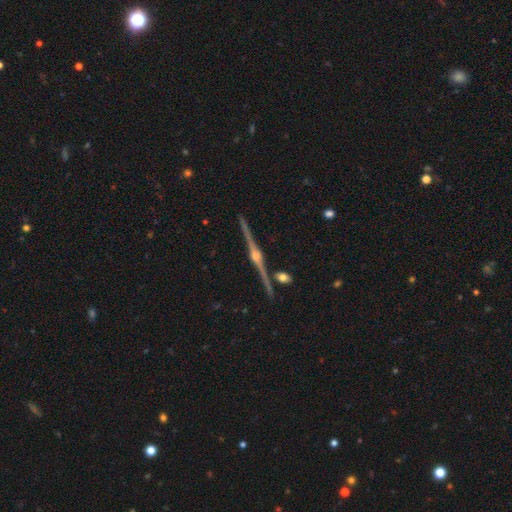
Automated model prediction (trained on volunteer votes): Morphology: type=featured or disk (91%); edge-on=yes (99%); edge-on bulge=rounded (93%); merging=none (90%).